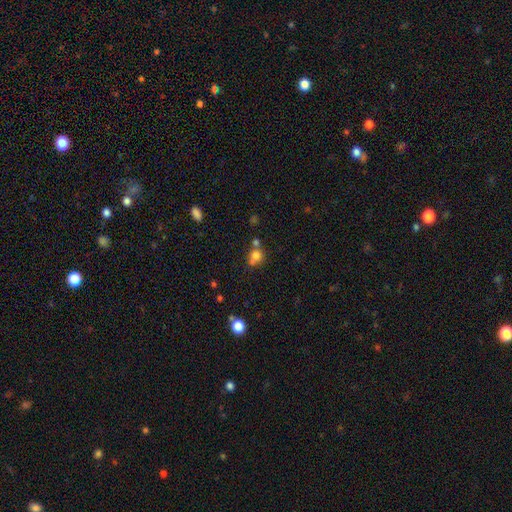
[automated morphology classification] Overall: smooth (73%). How rounded: round (80%). Merging: none (48%; merger 36%).